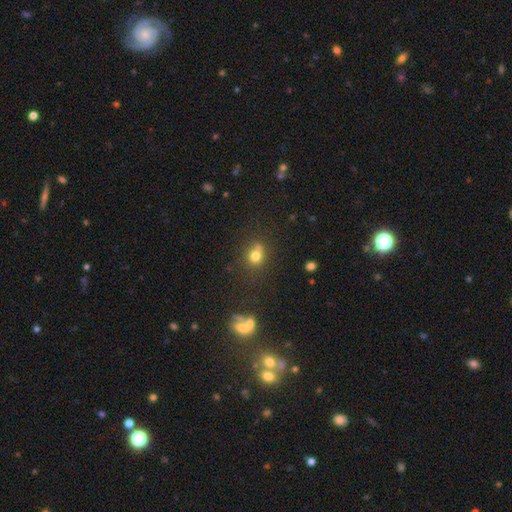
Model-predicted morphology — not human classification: type=smooth (75%); roundness=round (70%); merging=none (57%).